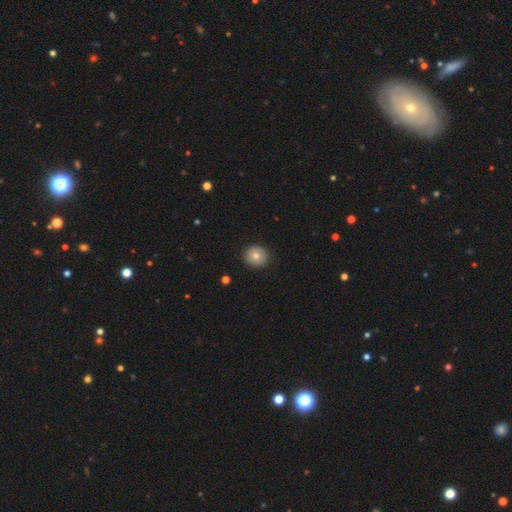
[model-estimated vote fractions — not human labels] smooth_or_featured: smooth (p=0.76) [alt: featured or disk p=0.15]
how_rounded: round (p=0.91) [alt: in between p=0.08]
merging: none (p=0.91) [alt: minor disturbance p=0.07]